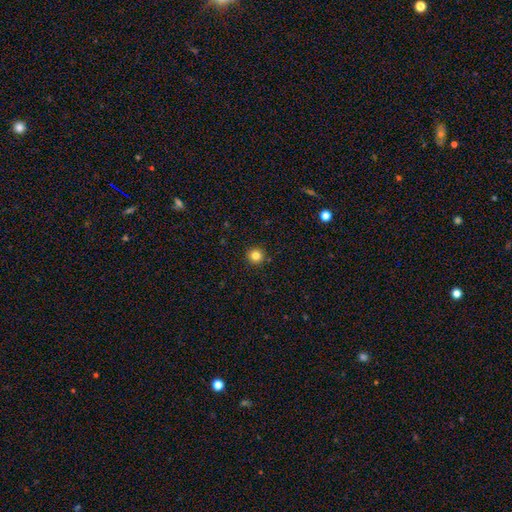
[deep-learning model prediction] Overall: smooth (83%). How rounded: round (95%). Merging: none (93%).